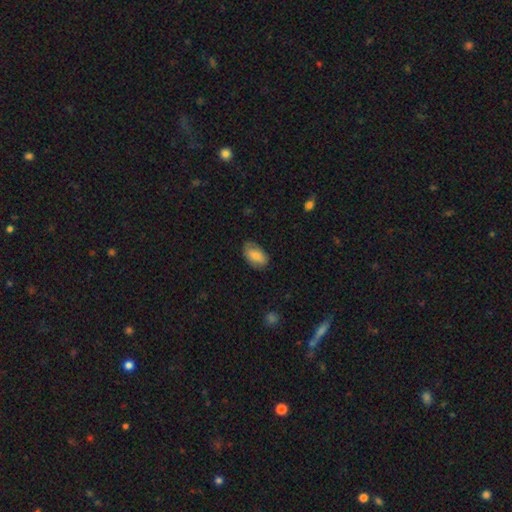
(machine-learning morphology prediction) smooth_or_featured: smooth (p=0.80) [alt: featured or disk p=0.14]
how_rounded: in between (p=0.92) [alt: round p=0.06]
merging: none (p=0.76) [alt: minor disturbance p=0.19]